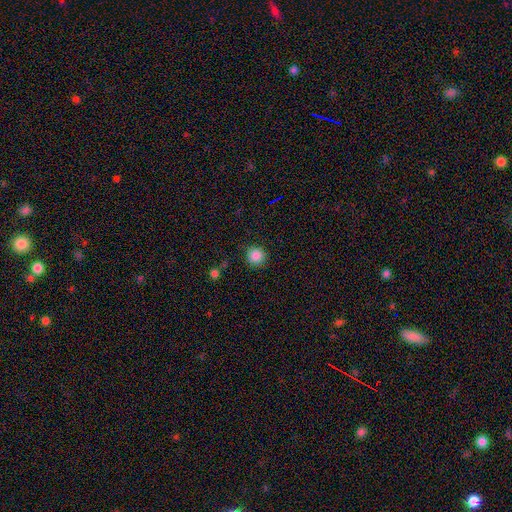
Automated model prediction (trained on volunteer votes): This is clearly a smooth galaxy (86%). How rounded: clearly round (93%). Merging: clearly none (87%).